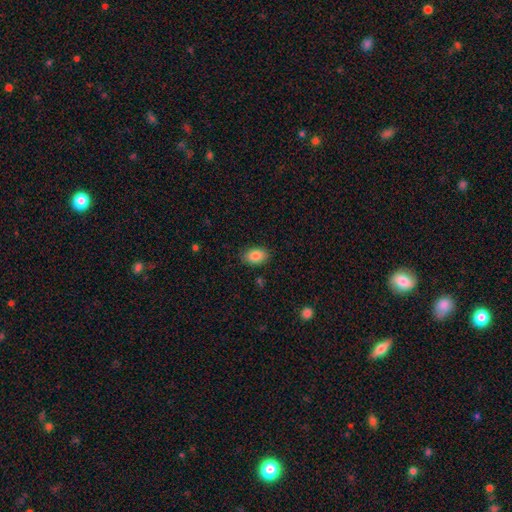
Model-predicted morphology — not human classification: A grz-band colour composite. It shows a smooth galaxy with no disk features (86%) that is in between round and cigar-shaped (88%). Merging: none (86%).